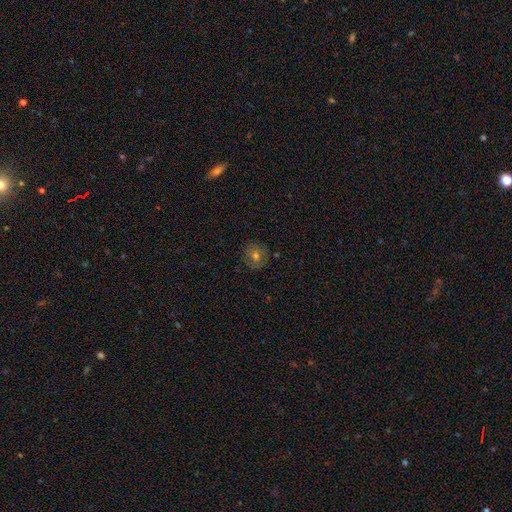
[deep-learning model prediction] smooth 59%, featured or disk 26%, star or artifact 15%. Down the decision tree: how rounded — round (91%); merging — none (86%).